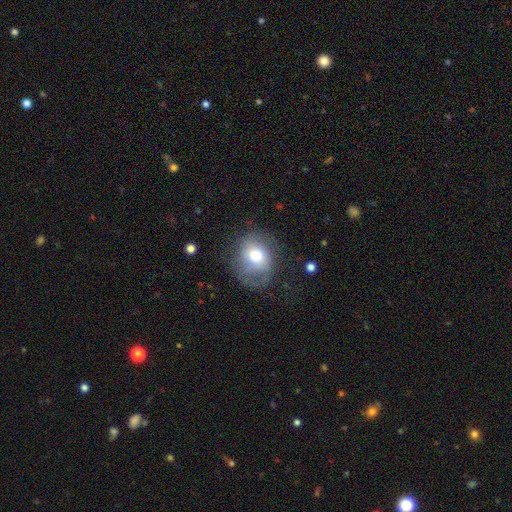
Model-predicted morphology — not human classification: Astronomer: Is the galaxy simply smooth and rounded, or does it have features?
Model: smooth — 63%.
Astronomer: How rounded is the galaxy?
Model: round — 61% (runner-up: in between, 39%).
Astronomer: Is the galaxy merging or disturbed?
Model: none — 51%.